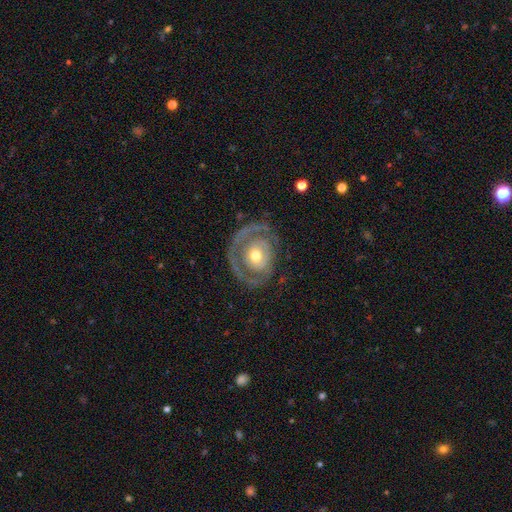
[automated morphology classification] A featured or disk galaxy (73%) with no bar (82%), spiral arms (58%) and a moderate central bulge (66%).

Vote fractions:
- Smooth or featured? featured or disk: 73% / smooth: 22% / star or artifact: 5%
- Edge-on disk? no: 96% / yes: 4%
- Bar? no: 82% / weak: 14% / strong: 4%
- Spiral arms? yes: 58% / no: 42%
- Bulge size? moderate: 66% / small: 24% / large: 8% / dominant: 1% / none: 1%
- Merging? none: 63% / minor disturbance: 19% / major disturbance: 16% / merger: 2%